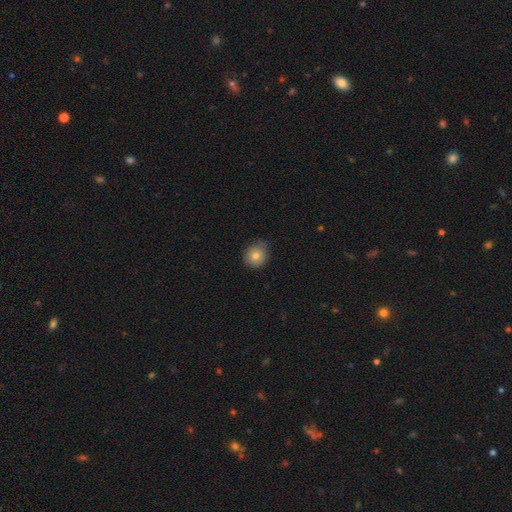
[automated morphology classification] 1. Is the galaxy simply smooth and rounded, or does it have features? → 79% smooth, 11% featured or disk, 10% star or artifact.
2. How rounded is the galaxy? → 80% round, 19% in between, 1% cigar-shaped.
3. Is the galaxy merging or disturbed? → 68% none, 26% minor disturbance, 4% major disturbance, 1% merger.